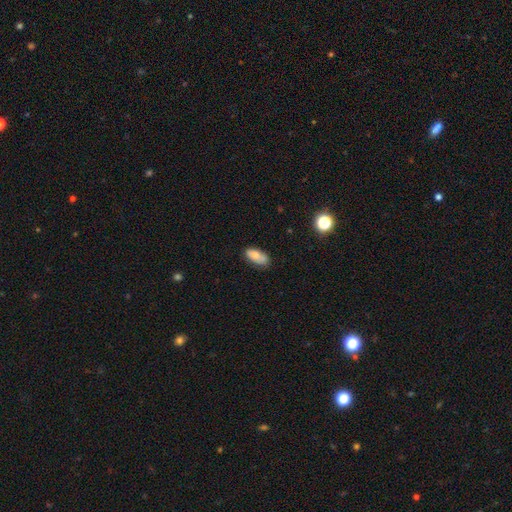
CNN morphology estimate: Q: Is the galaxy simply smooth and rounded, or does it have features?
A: smooth — 76%.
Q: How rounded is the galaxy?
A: in between — 86%.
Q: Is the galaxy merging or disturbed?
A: none — 64%.